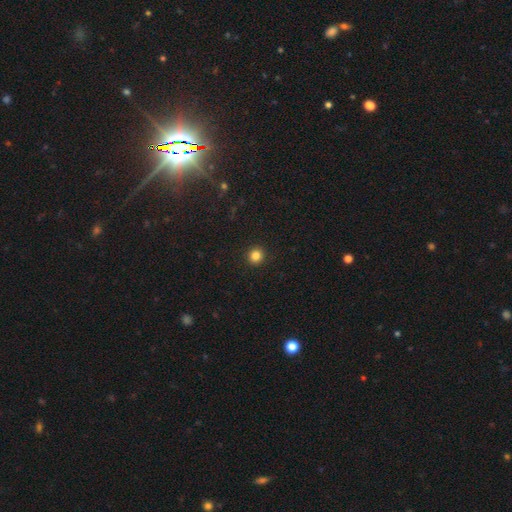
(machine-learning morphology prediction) Smooth or featured? Predicted: smooth (p=0.83). How rounded? Predicted: round (p=0.92). Merging? Predicted: none (p=0.93).